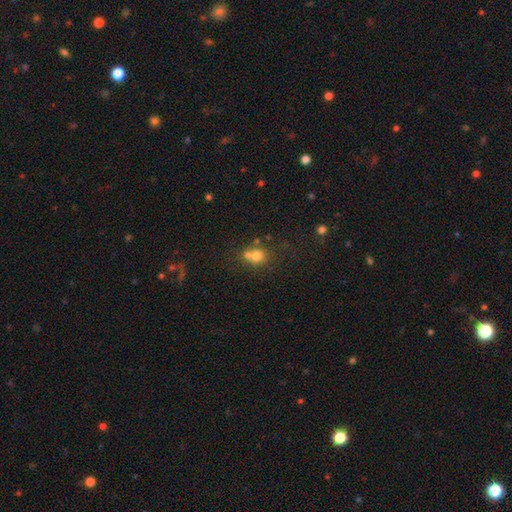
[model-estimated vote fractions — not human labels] A smooth galaxy with no disk features (72%) that is round (78%).

Vote fractions:
- Smooth or featured? smooth: 72% / star or artifact: 15% / featured or disk: 14%
- How rounded? round: 78% / in between: 21% / cigar-shaped: 1%
- Merging? merger: 43% (tied) / none: 43% (tied) / minor disturbance: 9% / major disturbance: 4%